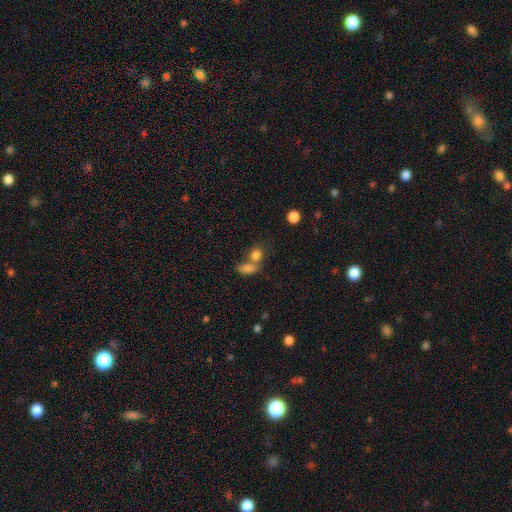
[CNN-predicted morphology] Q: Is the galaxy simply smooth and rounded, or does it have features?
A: smooth — 81%.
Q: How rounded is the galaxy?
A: in between — 54%.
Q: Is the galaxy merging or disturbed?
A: merger — 48%.